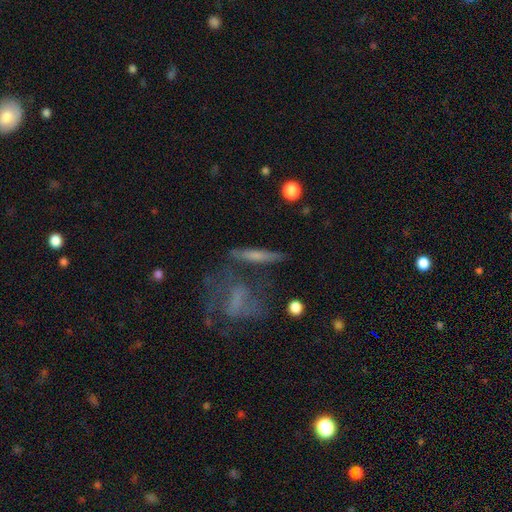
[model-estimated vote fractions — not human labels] A smooth galaxy with no disk features (48%). Merging: none (68%).